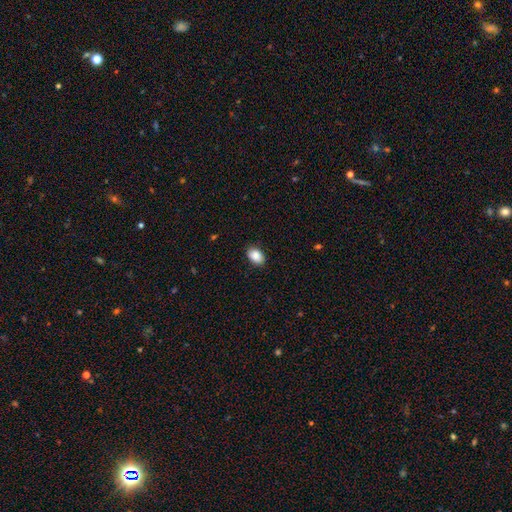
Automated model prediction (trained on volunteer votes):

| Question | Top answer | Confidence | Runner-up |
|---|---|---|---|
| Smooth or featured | smooth | 88% | star or artifact (7%) |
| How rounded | in between | 87% | round (12%) |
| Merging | none | 87% | minor disturbance (10%) |